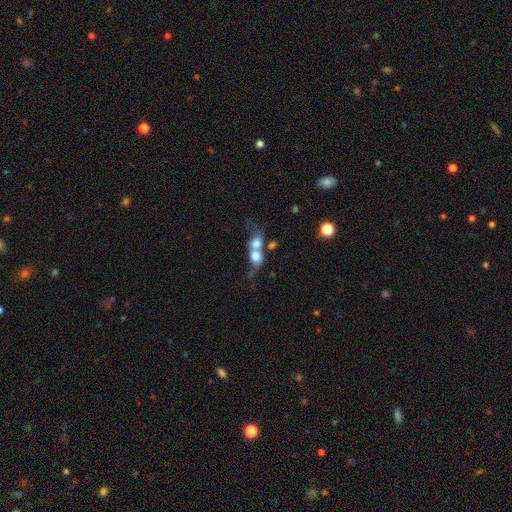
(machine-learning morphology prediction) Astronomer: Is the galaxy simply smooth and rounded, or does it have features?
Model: smooth — 63%.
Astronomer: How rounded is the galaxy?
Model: round — 60% (runner-up: in between, 37%).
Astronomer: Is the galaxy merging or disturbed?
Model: merger — 78%.